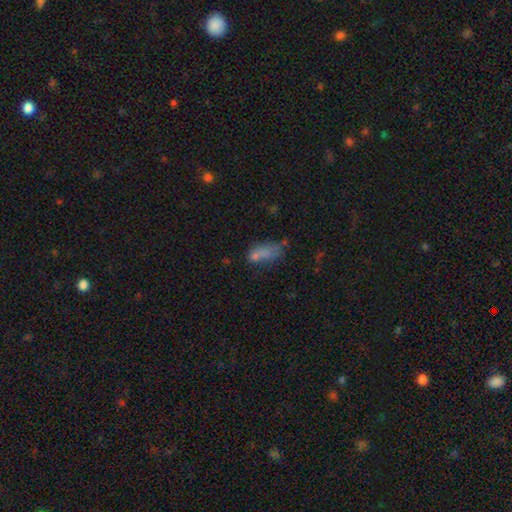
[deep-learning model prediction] A smooth galaxy with no disk features (67%) that is in between round and cigar-shaped (80%). Merging: none (33%).